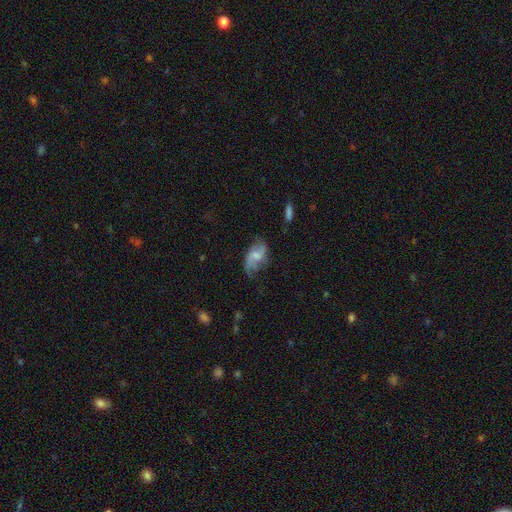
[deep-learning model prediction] Smooth or featured? featured or disk (62%)
Edge-on disk? no (95%)
Bar? weak (45%)
Spiral arms? yes (87%)
Spiral winding? loose (71%)
Spiral arm count? 2 (83%)
Bulge size? small (37%)
Merging? none (54%)